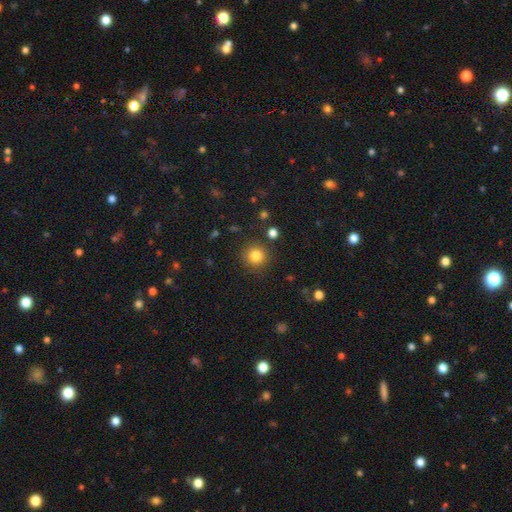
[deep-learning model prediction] Morphology: type=smooth (83%); roundness=round (93%); merging=none (88%).